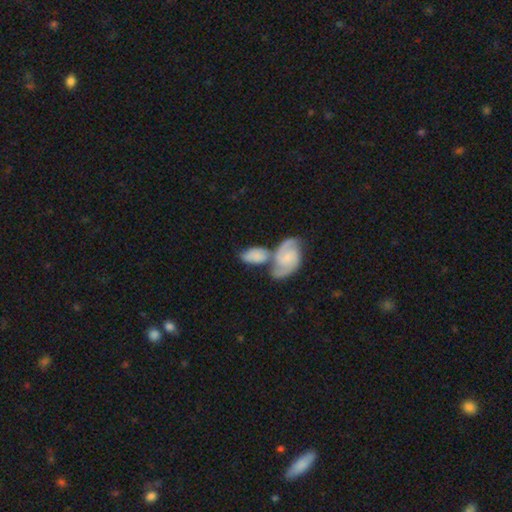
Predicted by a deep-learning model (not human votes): smooth_or_featured: smooth (p=0.50) [alt: featured or disk p=0.44]
merging: merger (p=0.55) [alt: none p=0.26]